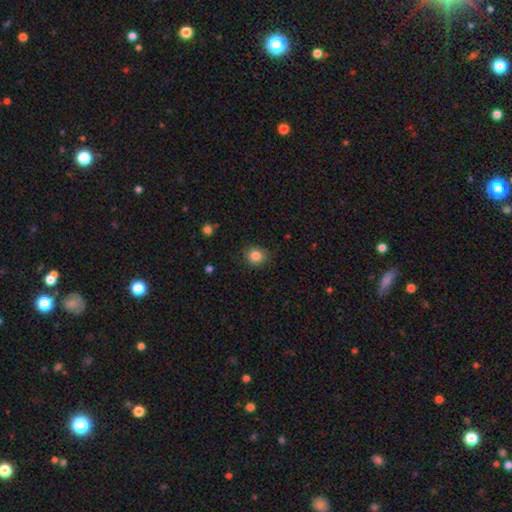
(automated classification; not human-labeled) smooth 85%, star or artifact 10%, featured or disk 5%. Down the decision tree: how rounded — round (80%); merging — none (86%).